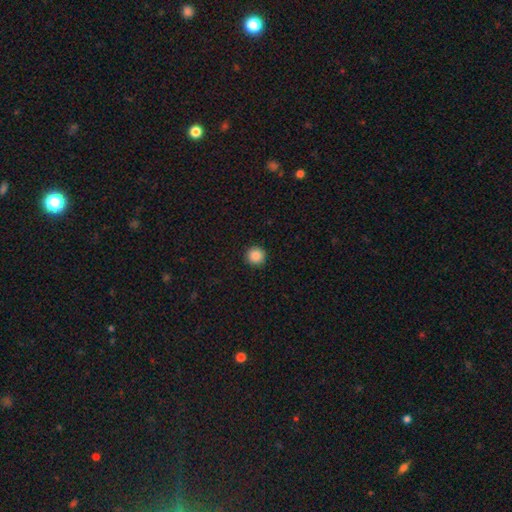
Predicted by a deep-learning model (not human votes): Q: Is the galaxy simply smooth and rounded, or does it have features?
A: smooth — 88%.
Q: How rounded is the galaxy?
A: round — 96%.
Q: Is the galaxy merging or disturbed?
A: none — 92%.